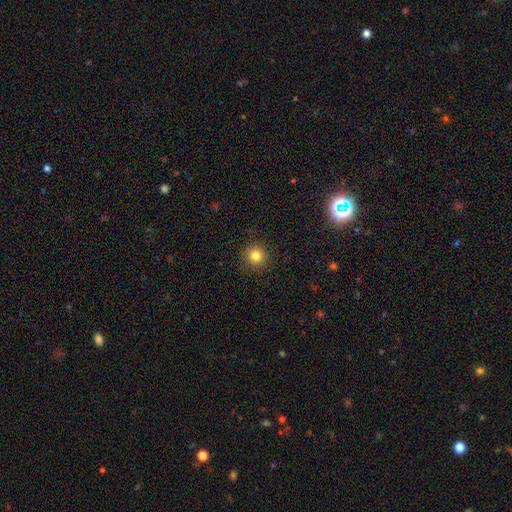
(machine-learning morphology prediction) smooth_or_featured: smooth (p=0.81) [alt: star or artifact p=0.13]
how_rounded: round (p=0.94) [alt: in between p=0.05]
merging: none (p=0.91) [alt: minor disturbance p=0.06]